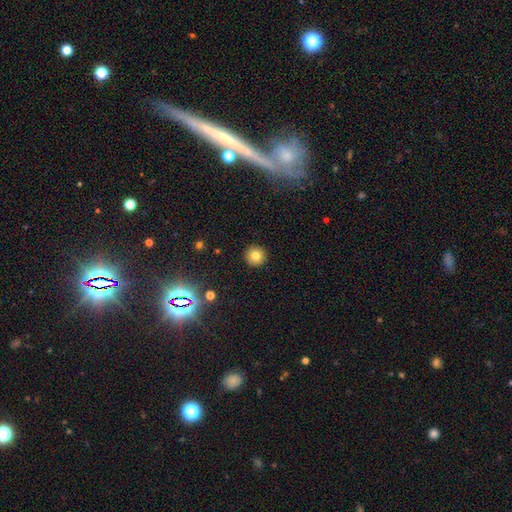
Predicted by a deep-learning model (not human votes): Morphology: type=smooth (78%); roundness=round (95%); merging=none (92%).